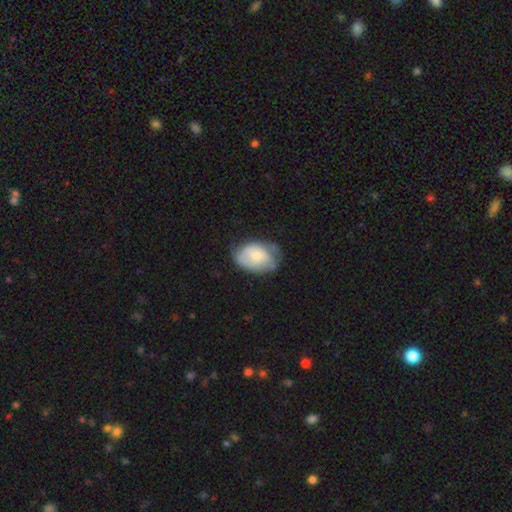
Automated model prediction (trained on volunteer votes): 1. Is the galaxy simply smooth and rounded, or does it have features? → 56% smooth, 37% featured or disk, 7% star or artifact.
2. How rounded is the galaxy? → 80% in between, 19% round, 1% cigar-shaped.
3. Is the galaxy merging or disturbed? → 46% none, 37% minor disturbance, 15% major disturbance, 2% merger.